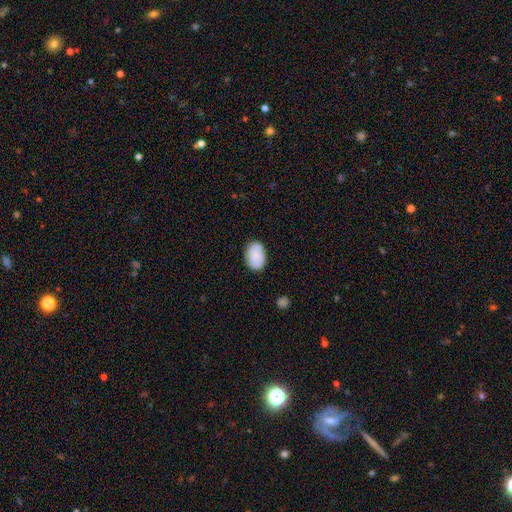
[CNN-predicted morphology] Smooth or featured?
  - smooth: 86% *
  - featured or disk: 7%
  - star or artifact: 7%
How rounded?
  - in between: 88% *
  - round: 11%
  - cigar-shaped: 1%
Merging?
  - none: 85% *
  - minor disturbance: 12%
  - major disturbance: 2%
  - merger: 1%